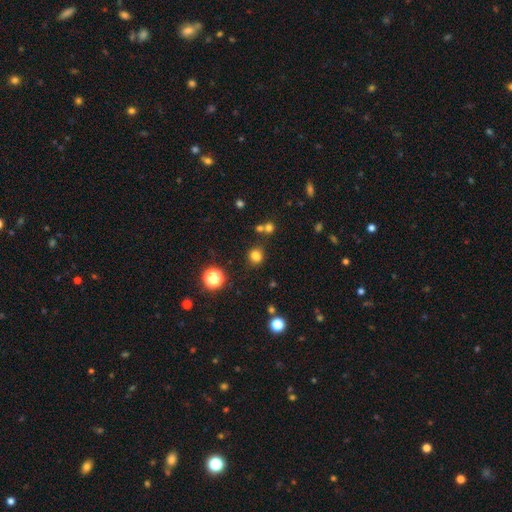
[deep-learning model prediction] Smooth or featured?
  - smooth: 77% *
  - star or artifact: 18%
  - featured or disk: 5%
How rounded?
  - round: 82% *
  - in between: 17%
  - cigar-shaped: 1%
Merging?
  - none: 78% *
  - minor disturbance: 10%
  - merger: 8%
  - major disturbance: 4%